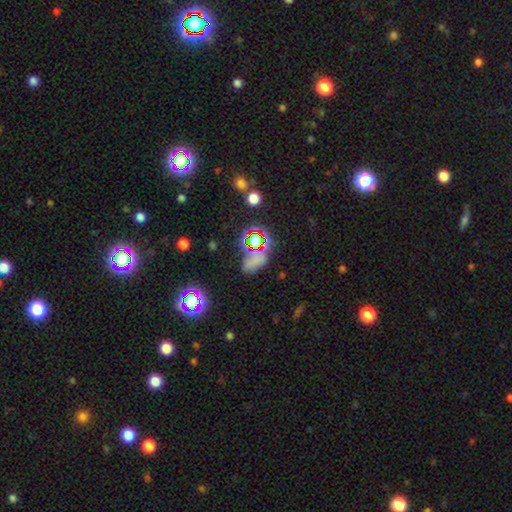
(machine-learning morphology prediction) This appears to be a star or artifact, not a galaxy (57%).